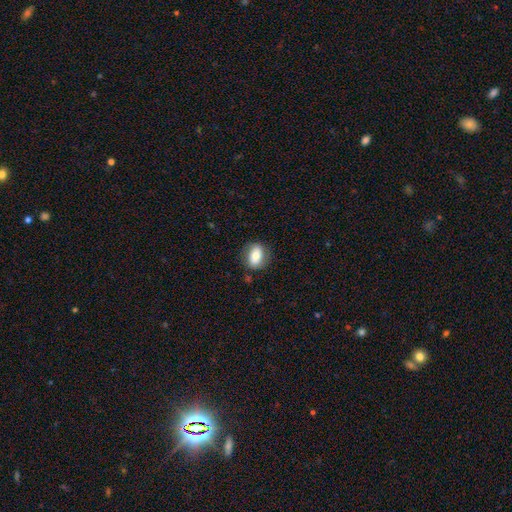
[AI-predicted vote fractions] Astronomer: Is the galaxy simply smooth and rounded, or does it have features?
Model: smooth — 72%.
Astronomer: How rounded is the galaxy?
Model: in between — 75%.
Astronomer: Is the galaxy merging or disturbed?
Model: none — 79%.